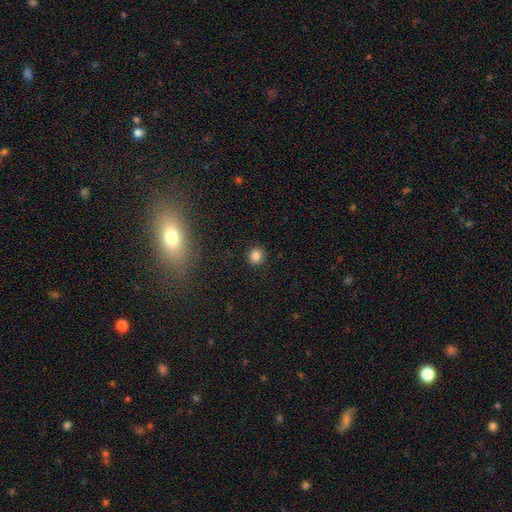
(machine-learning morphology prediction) smooth-or-featured: smooth: 83% | star or artifact: 13% | featured or disk: 5%
  how-rounded: round: 86% | in between: 12% | cigar-shaped: 1%
  merging: none: 90% | minor disturbance: 6% | major disturbance: 2% | merger: 1%